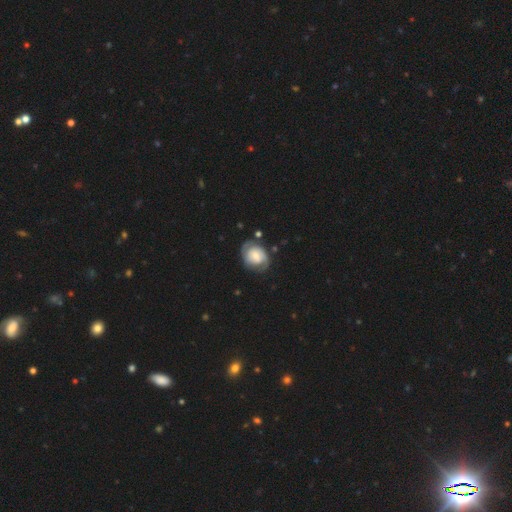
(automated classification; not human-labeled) Smooth or featured?
  - featured or disk: 68% *
  - smooth: 26%
  - star or artifact: 6%
Edge-on disk?
  - no: 97% *
  - yes: 3%
Bar?
  - no: 58% *
  - weak: 33%
  - strong: 9%
Spiral arms?
  - yes: 88% *
  - no: 12%
Spiral winding?
  - tight: 52% *
  - medium: 35%
  - loose: 13%
Spiral arm count?
  - 2: 74% *
  - can't tell: 15%
  - 1: 4%
  - 3: 4%
  - 4: 2%
  - more than 4: 1%
Bulge size?
  - small: 41% *
  - moderate: 40%
  - large: 12%
  - none: 5%
  - dominant: 2%
Merging?
  - none: 67% *
  - minor disturbance: 20%
  - major disturbance: 10%
  - merger: 3%